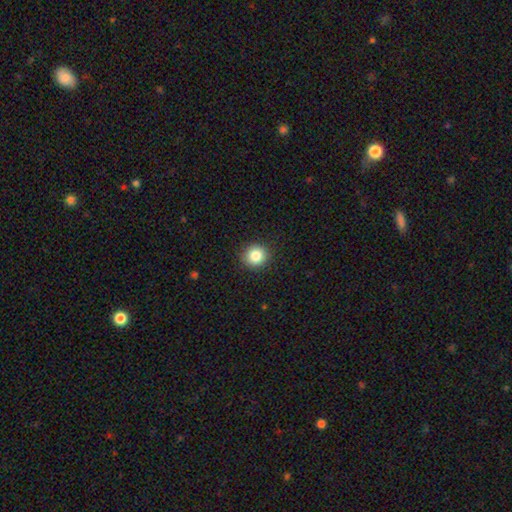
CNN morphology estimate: Overall: smooth (85%). How rounded: round (89%). Merging: none (91%).